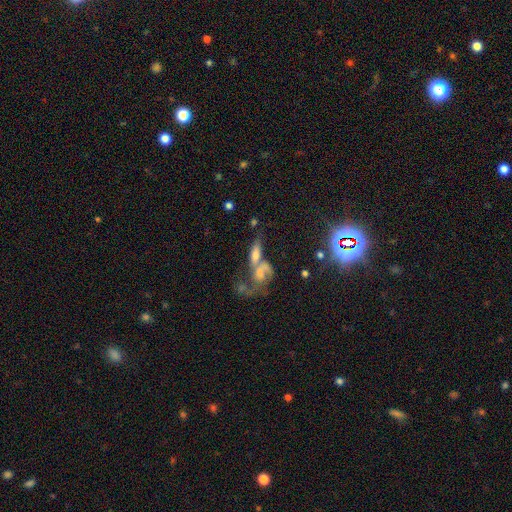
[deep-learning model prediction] The model was most divided on "smooth or featured": featured or disk: 43%, smooth: 34%, star or artifact: 24%. More confident: merging — merger (56%).